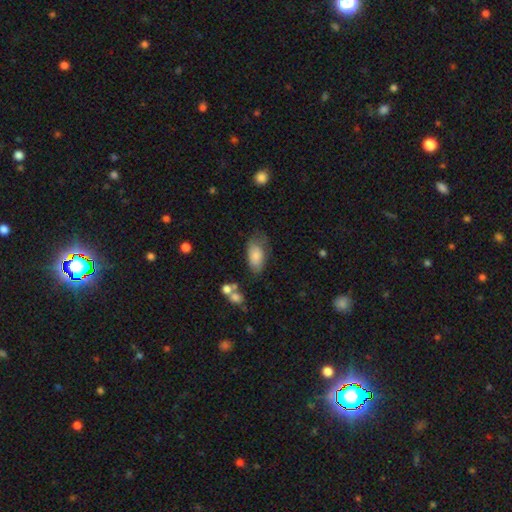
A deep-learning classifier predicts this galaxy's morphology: type=smooth (78%); roundness=in between (91%); merging=none (51%).